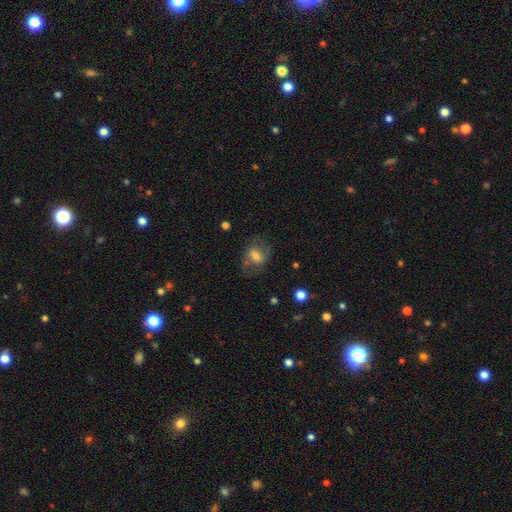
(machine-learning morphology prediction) smooth 53%, featured or disk 38%, star or artifact 9%. Down the decision tree: how rounded — in between (64%); merging — none (61%).